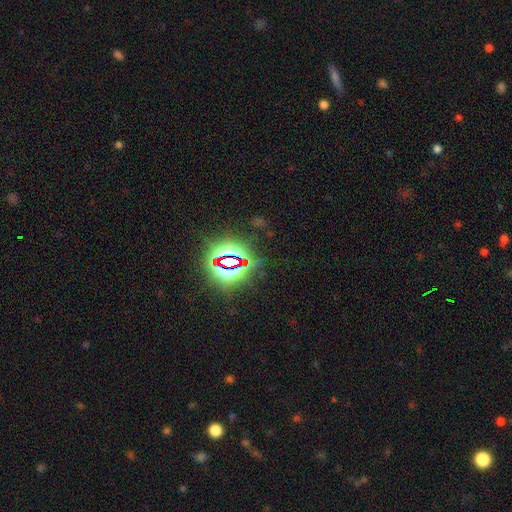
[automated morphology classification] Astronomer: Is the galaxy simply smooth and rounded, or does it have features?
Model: star or artifact — 84%.